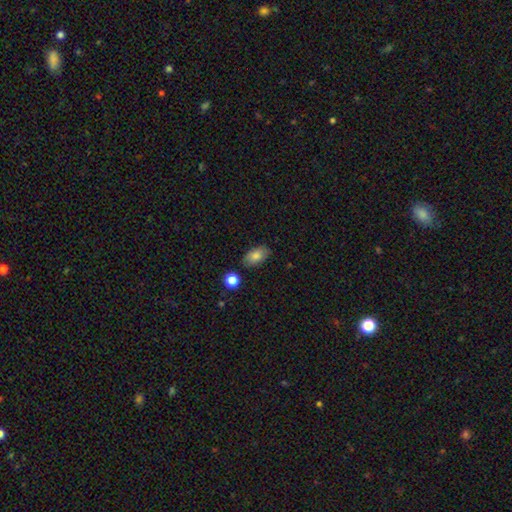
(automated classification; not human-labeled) A smooth galaxy with no disk features (82%) that is in between round and cigar-shaped (91%). Merging: none (82%).